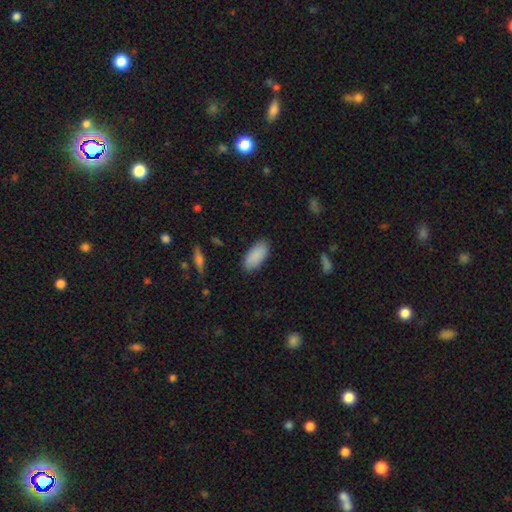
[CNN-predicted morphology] Smooth or featured?
  - smooth: 89% *
  - star or artifact: 6%
  - featured or disk: 5%
How rounded?
  - in between: 93% *
  - cigar-shaped: 5%
  - round: 2%
Merging?
  - none: 87% *
  - minor disturbance: 10%
  - major disturbance: 2%
  - merger: 1%